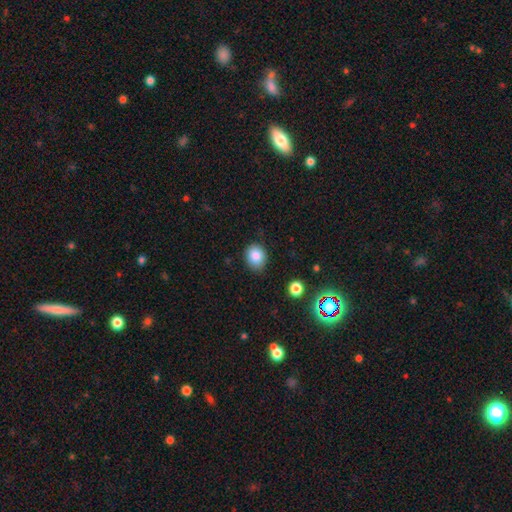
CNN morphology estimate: type=smooth (85%); roundness=round (62%); merging=none (78%).